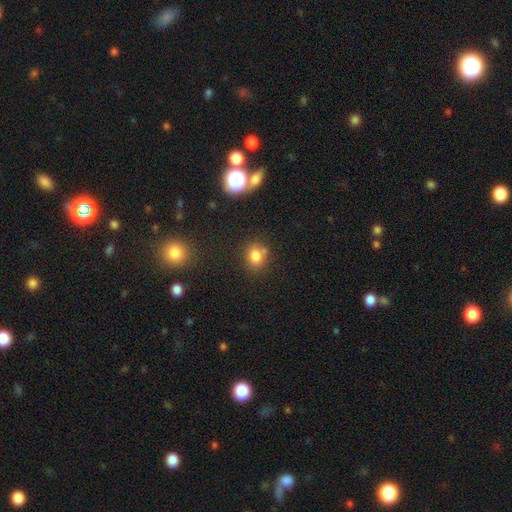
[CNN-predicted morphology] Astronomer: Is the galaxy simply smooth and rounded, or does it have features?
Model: smooth — 79%.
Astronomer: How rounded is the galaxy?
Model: round — 65%.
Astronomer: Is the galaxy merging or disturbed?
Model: none — 72%.